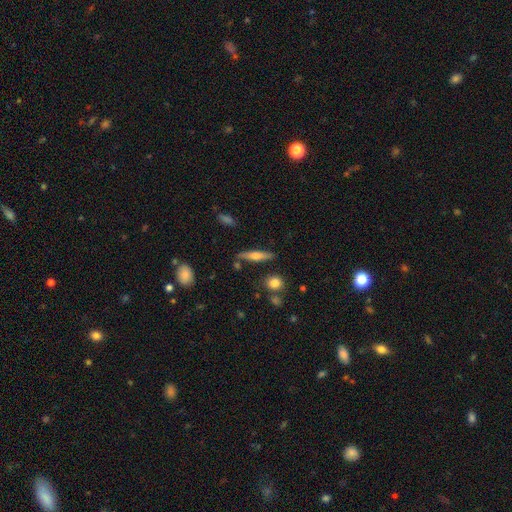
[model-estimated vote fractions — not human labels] Morphology: type=smooth (46%, tied with featured or disk); merging=none (81%).